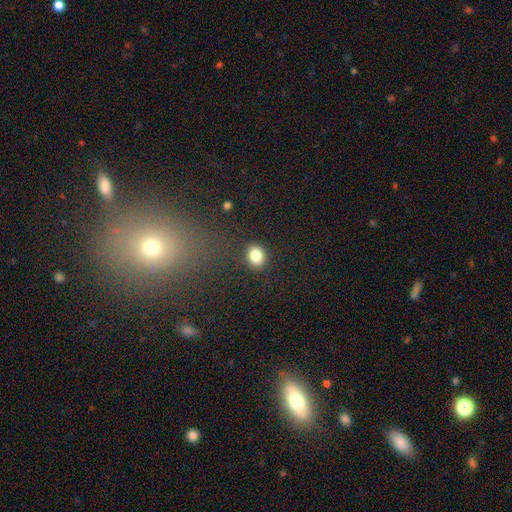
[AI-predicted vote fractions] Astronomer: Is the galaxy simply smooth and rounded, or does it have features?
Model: smooth — 84%.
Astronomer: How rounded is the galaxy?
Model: round — 54% (runner-up: in between, 45%).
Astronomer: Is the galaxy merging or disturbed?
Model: none — 88%.